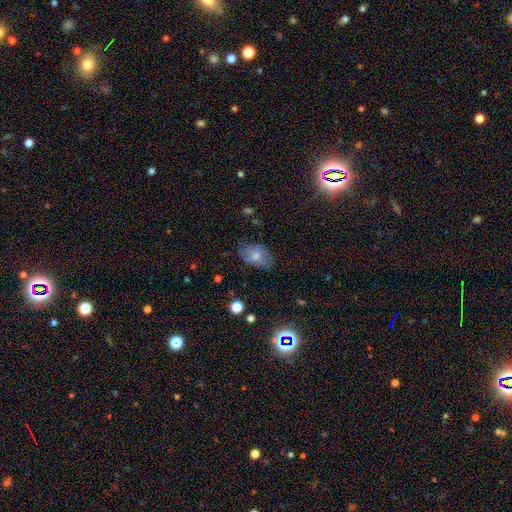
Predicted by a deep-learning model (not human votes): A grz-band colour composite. It shows a smooth galaxy with no disk features (47%). Merging: none (73%).